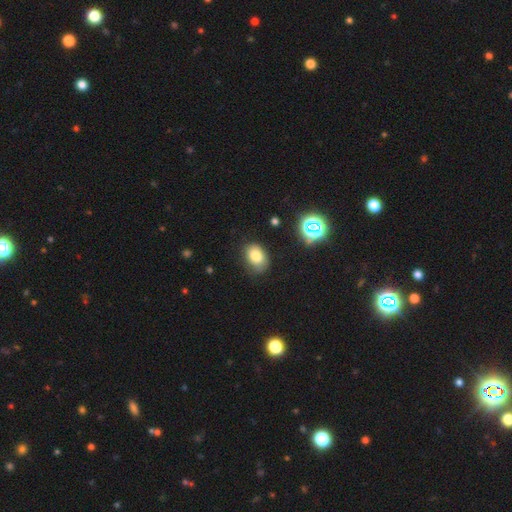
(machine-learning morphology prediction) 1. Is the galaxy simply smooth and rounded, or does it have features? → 78% smooth, 12% star or artifact, 10% featured or disk.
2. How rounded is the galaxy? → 74% in between, 25% round, 1% cigar-shaped.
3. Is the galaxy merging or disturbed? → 72% none, 21% minor disturbance, 5% major disturbance, 2% merger.